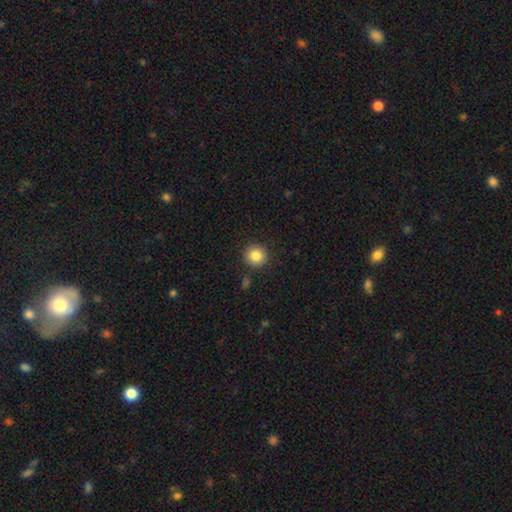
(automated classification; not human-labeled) Smooth or featured: smooth — 85% (star or artifact — 10%)
How rounded: round — 94% (in between — 6%)
Merging: none — 88% (minor disturbance — 7%)